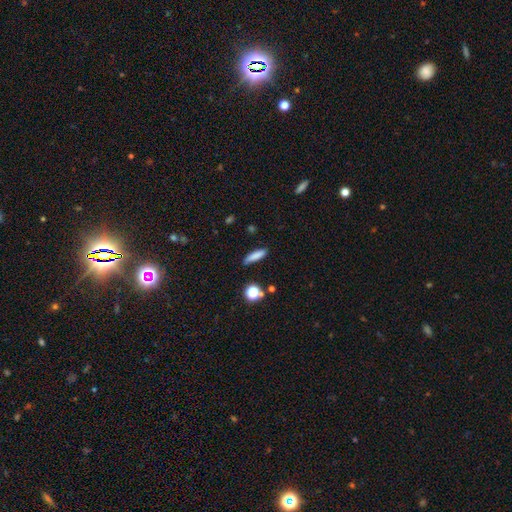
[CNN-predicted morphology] A smooth galaxy with no disk features (79%) that is cigar-shaped (75%).

Vote fractions:
- Smooth or featured? smooth: 79% / featured or disk: 11% / star or artifact: 10%
- How rounded? cigar-shaped: 75% / in between: 21% / round: 3%
- Merging? none: 82% / minor disturbance: 13% / major disturbance: 3% / merger: 3%